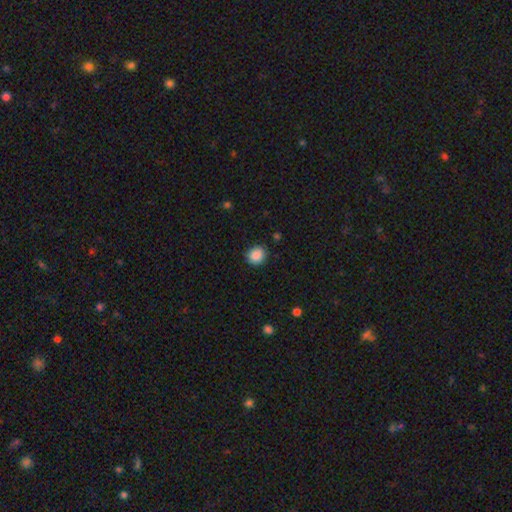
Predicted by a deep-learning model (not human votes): A smooth galaxy with no disk features (88%) that is round (80%).

Vote fractions:
- Smooth or featured? smooth: 88% / star or artifact: 9% / featured or disk: 3%
- How rounded? round: 80% / in between: 19% / cigar-shaped: 1%
- Merging? none: 87% / minor disturbance: 9% / major disturbance: 2% / merger: 1%